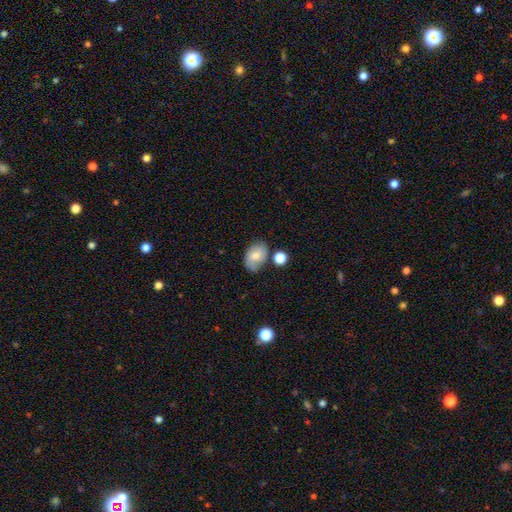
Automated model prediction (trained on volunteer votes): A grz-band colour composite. It shows a smooth galaxy with no disk features (68%) that is in between round and cigar-shaped (74%). Merging: none (63%).